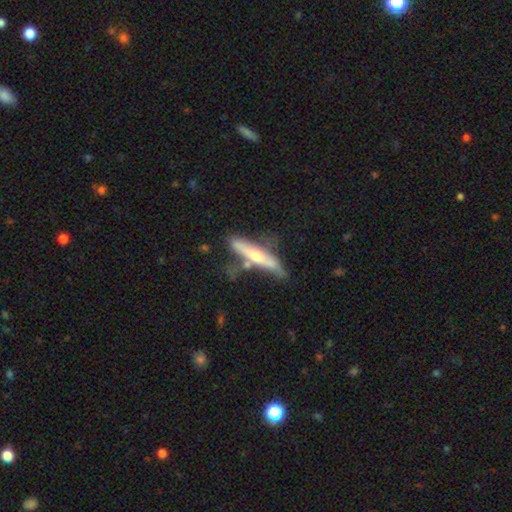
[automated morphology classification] A featured or disk galaxy (61%) viewed edge-on (89%) with a rounded central bulge (85%). Merging: none (60%).